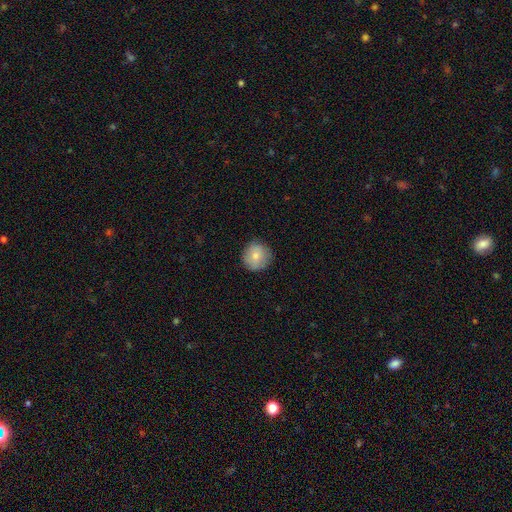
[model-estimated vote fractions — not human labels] This is likely a smooth galaxy (80%). How rounded: clearly round (93%). Merging: clearly none (84%).